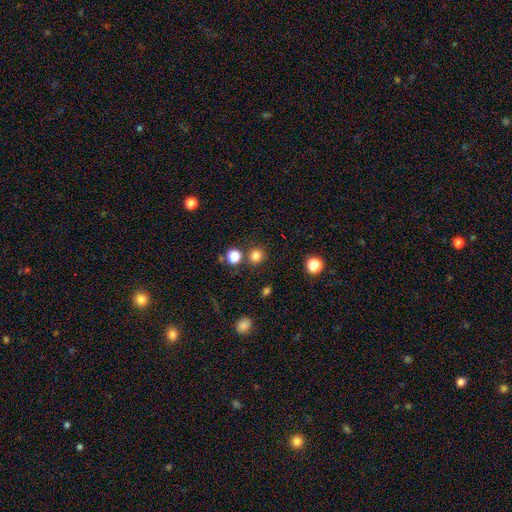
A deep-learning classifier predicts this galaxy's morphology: type=smooth (81%); roundness=round (91%); merging=none (81%).